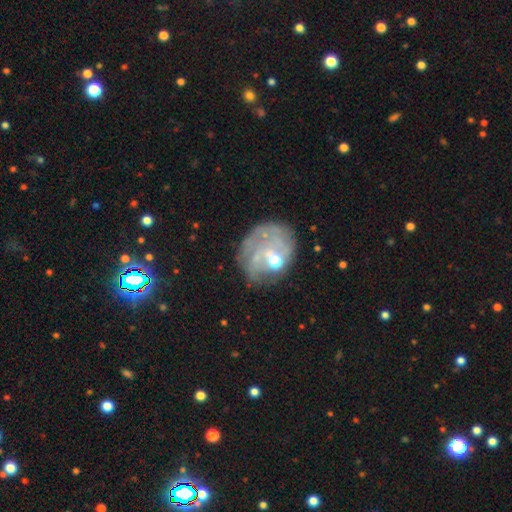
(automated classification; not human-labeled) Smooth or featured?
  - featured or disk: 62% *
  - smooth: 26%
  - star or artifact: 12%
Edge-on disk?
  - no: 97% *
  - yes: 3%
Bar?
  - no: 74% *
  - weak: 22%
  - strong: 5%
Spiral arms?
  - yes: 51% *
  - no: 49%
Bulge size?
  - moderate: 50% *
  - small: 36%
  - none: 9%
  - large: 4%
  - dominant: 2%
Merging?
  - none: 46% *
  - major disturbance: 25%
  - minor disturbance: 22%
  - merger: 8%